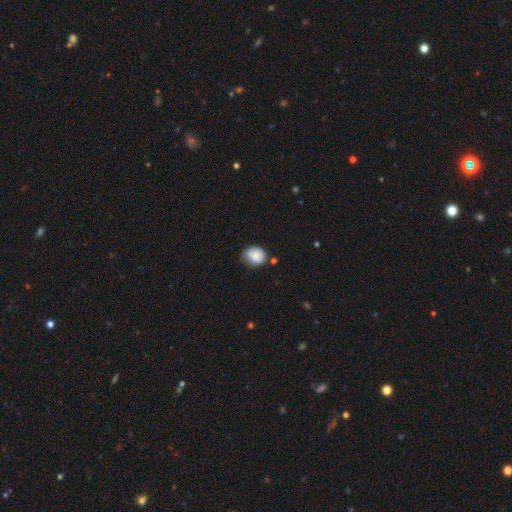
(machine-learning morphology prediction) Smooth or featured?
  - smooth: 79% *
  - featured or disk: 13%
  - star or artifact: 8%
How rounded?
  - round: 61% *
  - in between: 38%
  - cigar-shaped: 1%
Merging?
  - none: 56% *
  - minor disturbance: 32%
  - major disturbance: 7%
  - merger: 5%